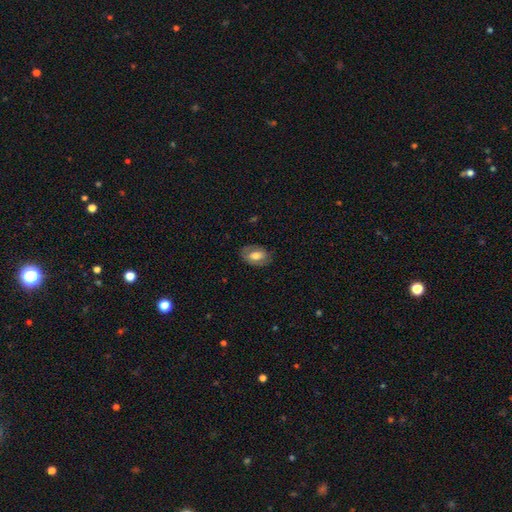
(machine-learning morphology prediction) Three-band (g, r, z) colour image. It shows a smooth galaxy with no disk features (58%) that is in between round and cigar-shaped (88%). Merging: none (79%).